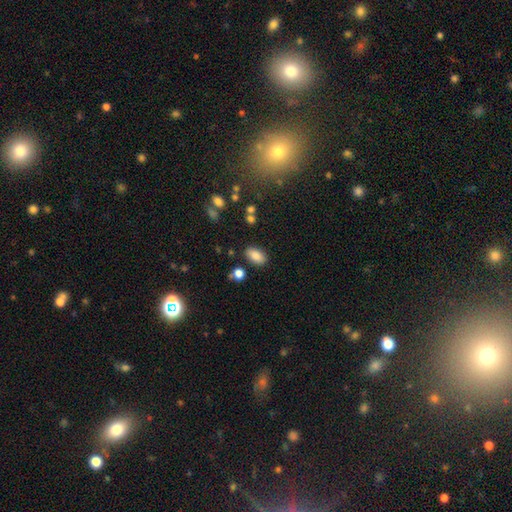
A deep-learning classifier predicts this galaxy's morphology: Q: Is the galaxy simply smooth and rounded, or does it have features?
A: smooth — 85%.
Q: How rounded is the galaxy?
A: in between — 91%.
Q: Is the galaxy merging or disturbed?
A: none — 84%.